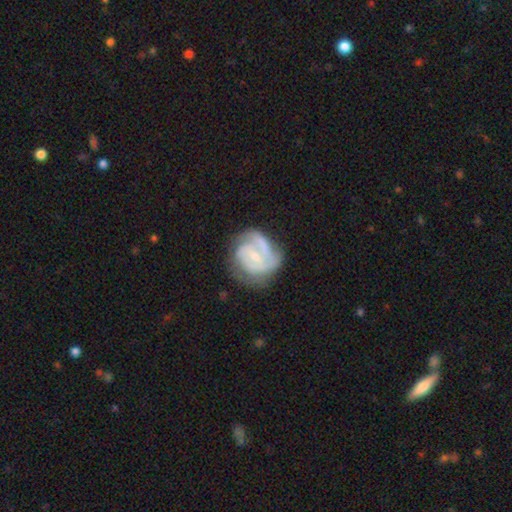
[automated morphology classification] Smooth or featured?
  - featured or disk: 77% *
  - smooth: 18%
  - star or artifact: 5%
Edge-on disk?
  - no: 98% *
  - yes: 2%
Bar?
  - weak: 51% *
  - no: 35%
  - strong: 14%
Spiral arms?
  - yes: 89% *
  - no: 11%
Spiral winding?
  - tight: 52% *
  - medium: 36%
  - loose: 12%
Spiral arm count?
  - 2: 37% *
  - can't tell: 24%
  - 3: 18%
  - 1: 14%
  - 4: 3%
  - more than 4: 3%
Bulge size?
  - small: 62% *
  - moderate: 29%
  - none: 6%
  - large: 2%
  - dominant: 1%
Merging?
  - none: 52% *
  - minor disturbance: 25%
  - major disturbance: 18%
  - merger: 5%